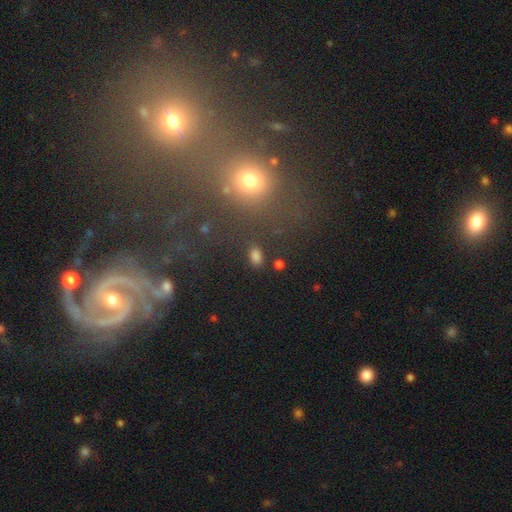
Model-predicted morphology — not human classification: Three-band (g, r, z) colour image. It shows a smooth galaxy with no disk features (73%) that is in between round and cigar-shaped (74%). Merging: none (83%).